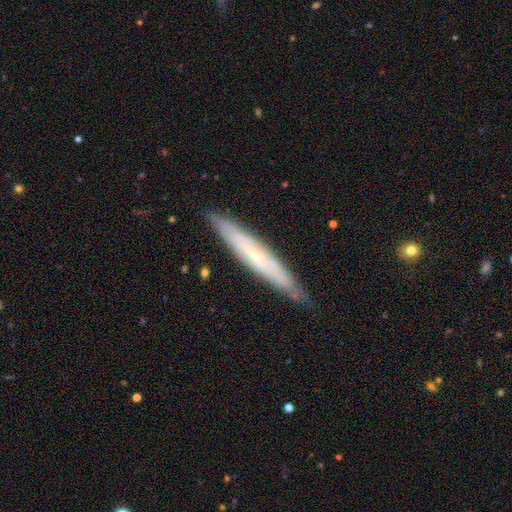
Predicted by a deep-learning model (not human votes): The model was most divided on "smooth or featured": featured or disk: 59%, smooth: 34%, star or artifact: 7%. More confident: merging — none (84%); edge-on disk — yes (74%).